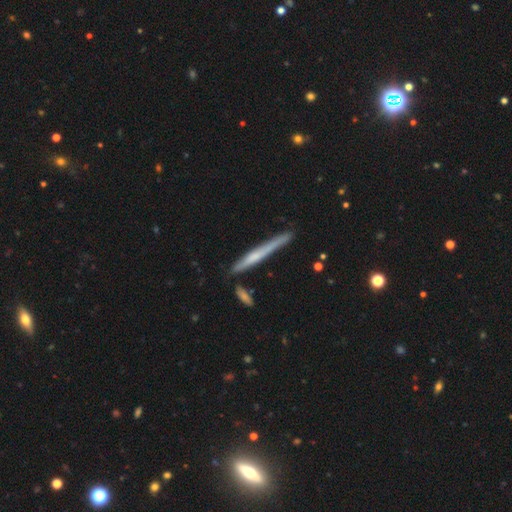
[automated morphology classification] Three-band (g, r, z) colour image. It shows a featured or disk galaxy (51%) viewed edge-on (95%). Merging: none (76%).